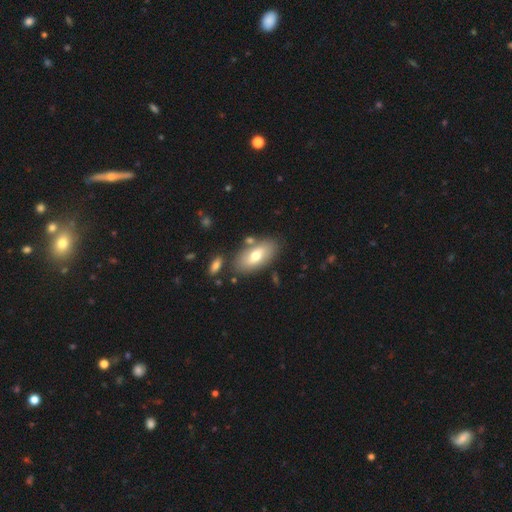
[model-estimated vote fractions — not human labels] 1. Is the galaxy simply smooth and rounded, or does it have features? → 64% smooth, 29% featured or disk, 7% star or artifact.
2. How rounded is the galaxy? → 90% in between, 6% cigar-shaped, 3% round.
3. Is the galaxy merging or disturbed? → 77% none, 12% minor disturbance, 7% merger, 3% major disturbance.